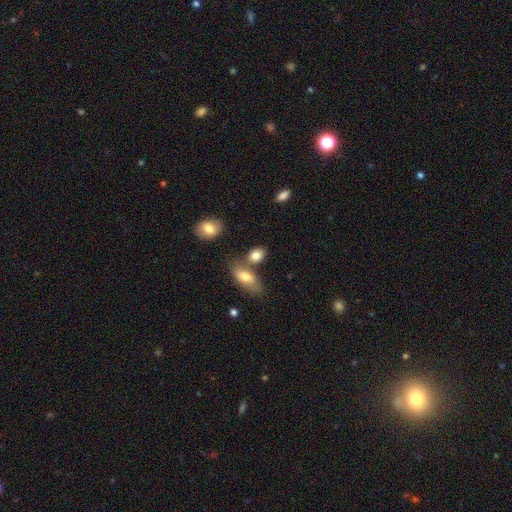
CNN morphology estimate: smooth-or-featured: smooth: 82% | featured or disk: 10% | star or artifact: 8%
  how-rounded: in between: 77% | round: 19% | cigar-shaped: 3%
  merging: none: 57% | merger: 26% | minor disturbance: 13% | major disturbance: 4%